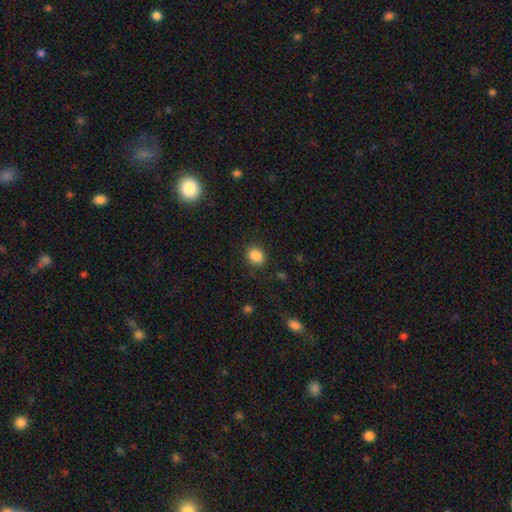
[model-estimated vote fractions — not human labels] smooth-or-featured: smooth: 86% | star or artifact: 10% | featured or disk: 4%
  how-rounded: round: 64% | in between: 35% | cigar-shaped: 1%
  merging: none: 87% | minor disturbance: 9% | major disturbance: 3% | merger: 1%